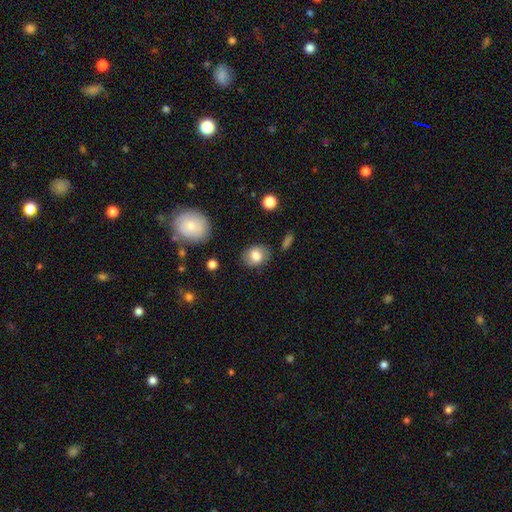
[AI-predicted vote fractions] Smooth or featured: smooth — 77% (featured or disk — 15%)
How rounded: in between — 51% (round — 48%)
Merging: none — 78% (minor disturbance — 15%)